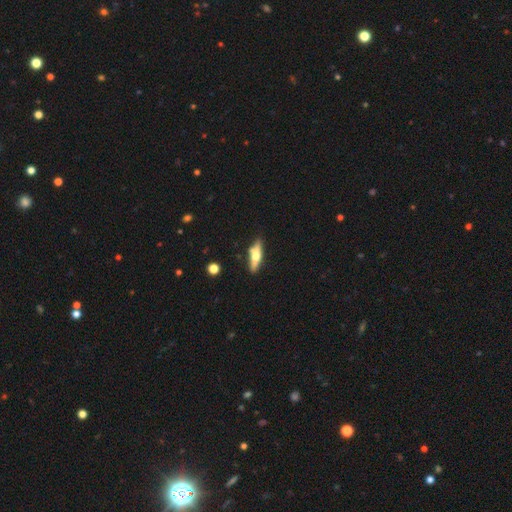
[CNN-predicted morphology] Smooth or featured? Predicted: featured or disk (p=0.52). Edge-on disk? Predicted: yes (p=0.90). Merging? Predicted: none (p=0.78).